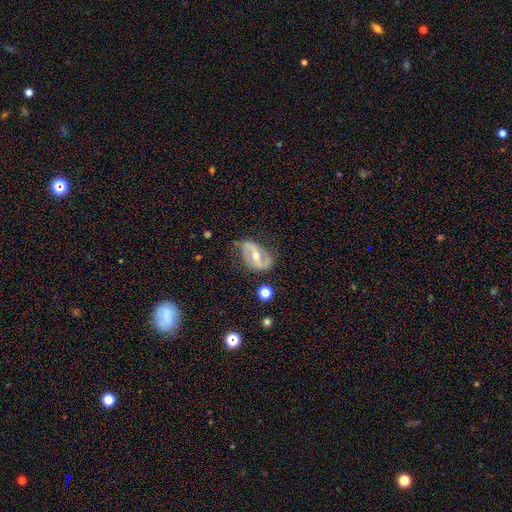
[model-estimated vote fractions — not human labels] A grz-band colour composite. It shows a featured or disk galaxy (85%) with a strong bar (45%), 2 (90%) loose (47%) spiral arms (92%) and a moderate central bulge (55%). Merging: none (70%).